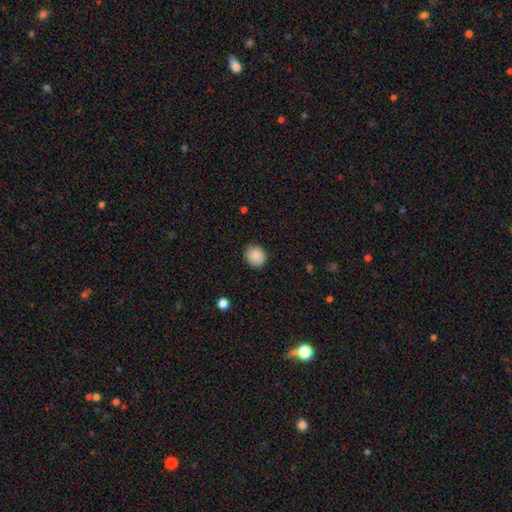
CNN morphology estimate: A smooth galaxy with no disk features (88%) that is round (73%).

Vote fractions:
- Smooth or featured? smooth: 88% / star or artifact: 8% / featured or disk: 4%
- How rounded? round: 73% / in between: 26% / cigar-shaped: 1%
- Merging? none: 87% / minor disturbance: 10% / major disturbance: 2% / merger: 1%